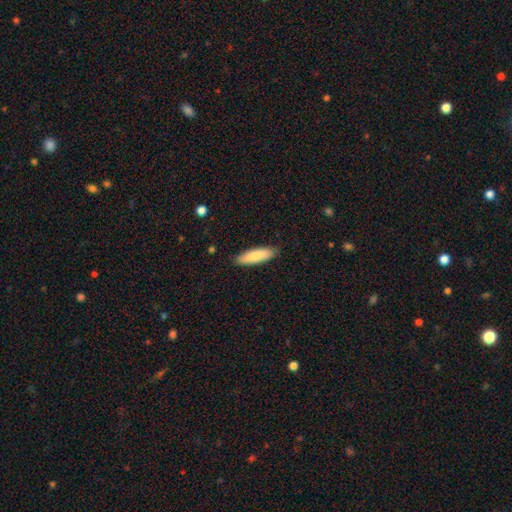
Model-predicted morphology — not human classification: smooth 81%, featured or disk 13%, star or artifact 5%. Down the decision tree: how rounded — cigar-shaped (56%); merging — none (86%).